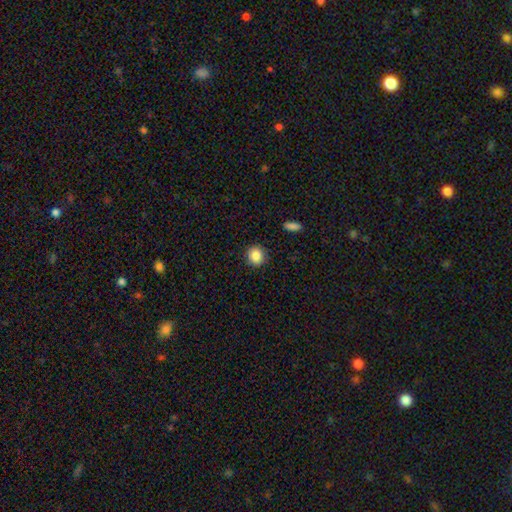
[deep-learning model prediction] Morphology: type=smooth (86%); roundness=round (87%); merging=none (91%).